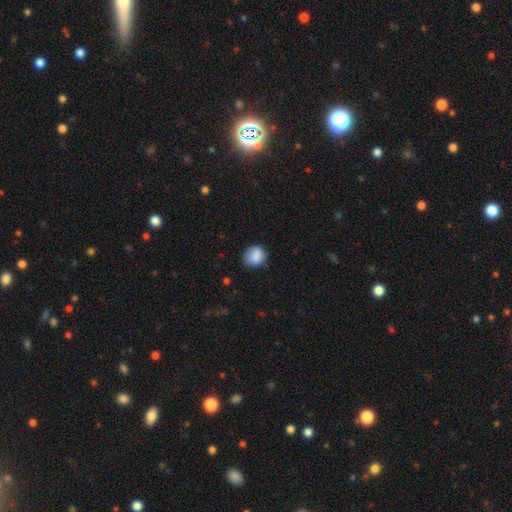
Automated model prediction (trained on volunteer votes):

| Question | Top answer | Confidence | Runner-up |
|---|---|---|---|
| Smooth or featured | smooth | 85% | star or artifact (8%) |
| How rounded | round | 71% | in between (28%) |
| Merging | none | 76% | minor disturbance (18%) |